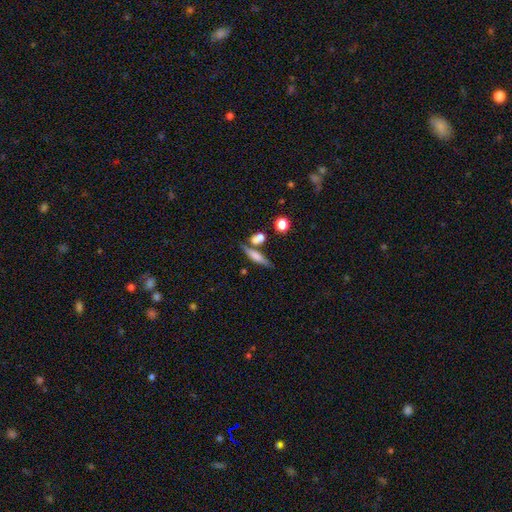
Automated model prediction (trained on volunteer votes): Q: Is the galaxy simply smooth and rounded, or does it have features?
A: smooth — 50%.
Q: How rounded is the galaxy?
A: cigar-shaped — 74%.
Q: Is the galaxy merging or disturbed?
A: none — 66%.